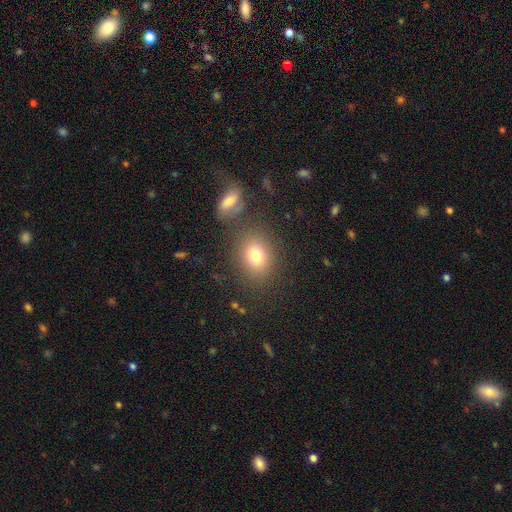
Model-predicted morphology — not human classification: A smooth galaxy with no disk features (77%) that is in between round and cigar-shaped (53%).

Vote fractions:
- Smooth or featured? smooth: 77% / star or artifact: 12% / featured or disk: 11%
- How rounded? in between: 53% / round: 46% / cigar-shaped: 1%
- Merging? none: 77% / minor disturbance: 11% / merger: 8% / major disturbance: 5%